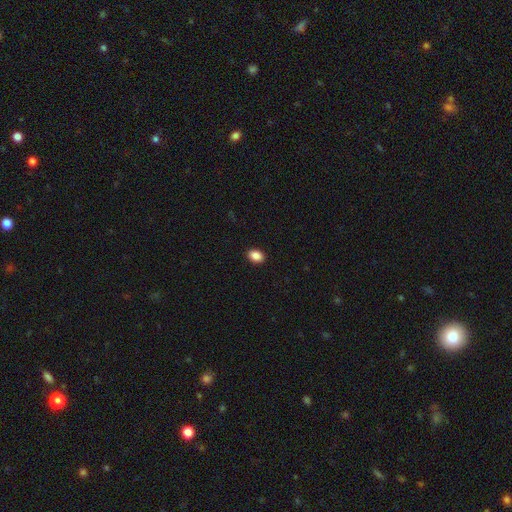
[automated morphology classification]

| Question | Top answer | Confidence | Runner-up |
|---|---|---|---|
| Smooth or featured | smooth | 88% | star or artifact (9%) |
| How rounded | in between | 78% | round (21%) |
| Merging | none | 91% | minor disturbance (7%) |